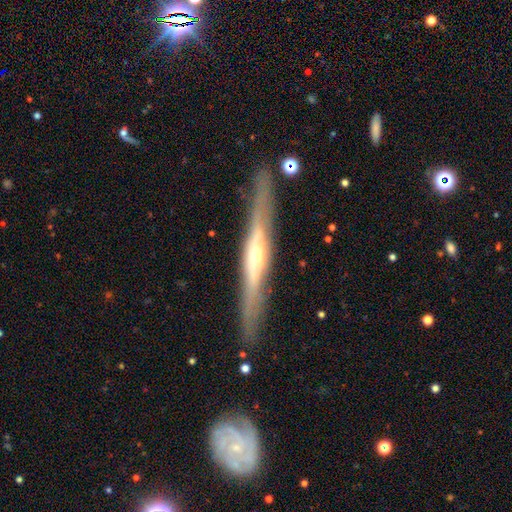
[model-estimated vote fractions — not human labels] Smooth or featured?
  - featured or disk: 78% *
  - smooth: 16%
  - star or artifact: 6%
Edge-on disk?
  - yes: 93% *
  - no: 7%
Edge-on bulge?
  - rounded: 80% *
  - none: 13%
  - boxy: 6%
Merging?
  - none: 87% *
  - minor disturbance: 9%
  - major disturbance: 2%
  - merger: 2%